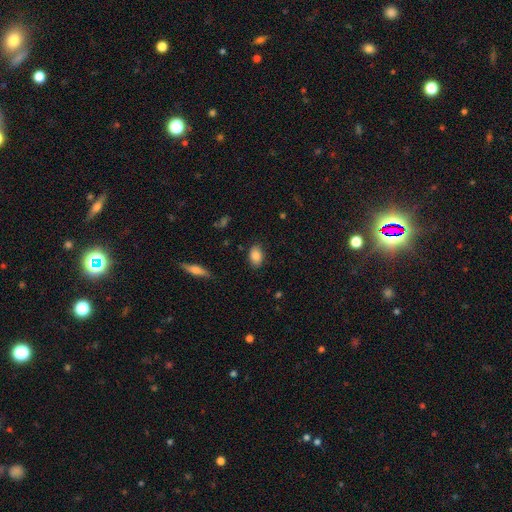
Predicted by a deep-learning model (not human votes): This is clearly a smooth galaxy (85%). How rounded: clearly in between (84%). Merging: clearly none (85%).